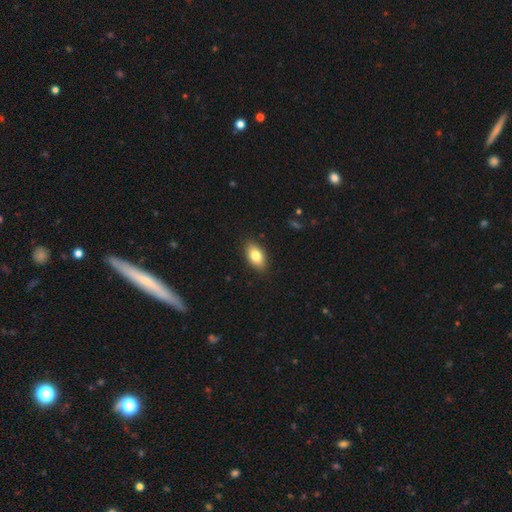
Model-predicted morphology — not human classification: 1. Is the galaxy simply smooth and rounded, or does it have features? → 81% smooth, 11% featured or disk, 7% star or artifact.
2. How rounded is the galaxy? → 91% in between, 6% round, 3% cigar-shaped.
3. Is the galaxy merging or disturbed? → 87% none, 10% minor disturbance, 2% major disturbance, 1% merger.